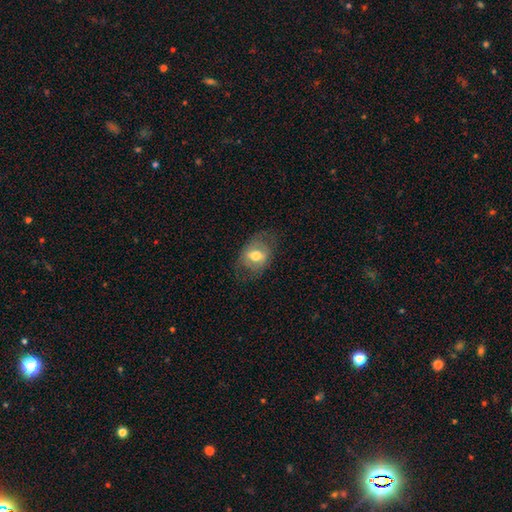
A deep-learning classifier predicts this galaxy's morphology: Smooth or featured? Predicted: smooth (p=0.53). How rounded? Predicted: in between (p=0.66). Merging? Predicted: none (p=0.68).